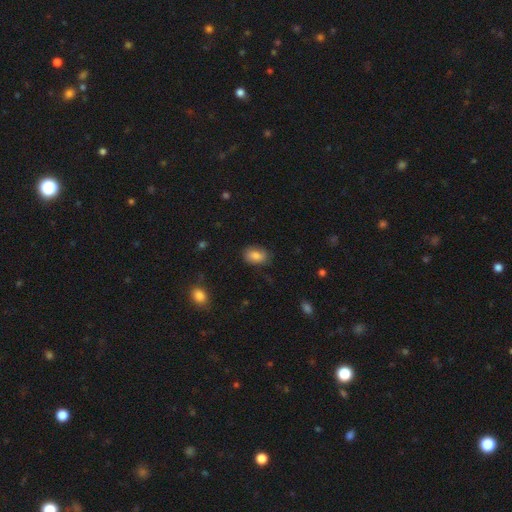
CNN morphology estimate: Smooth or featured? smooth (83%)
How rounded? in between (86%)
Merging? none (79%)